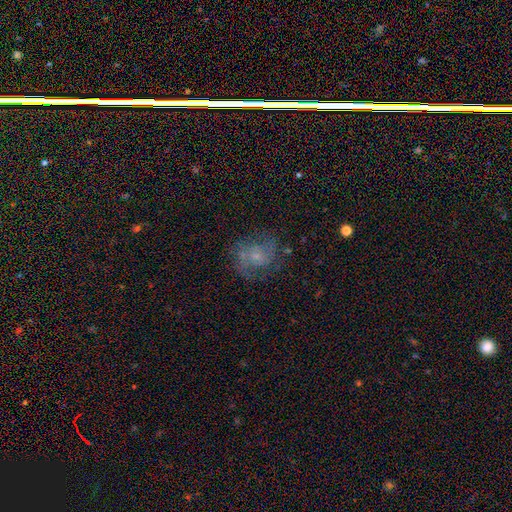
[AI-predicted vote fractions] Smooth or featured? featured or disk (63%)
Edge-on disk? no (98%)
Bar? no (69%)
Spiral arms? yes (82%)
Spiral winding? medium (48%)
Spiral arm count? 2 (61%)
Bulge size? small (62%)
Merging? none (62%)